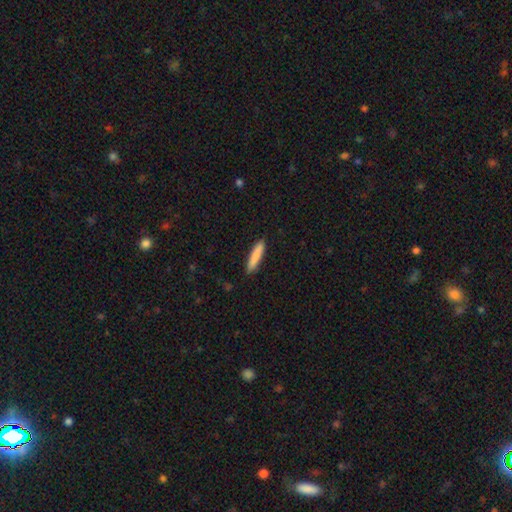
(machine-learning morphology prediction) smooth 85%, featured or disk 9%, star or artifact 6%. Down the decision tree: how rounded — cigar-shaped (87%); merging — none (89%).